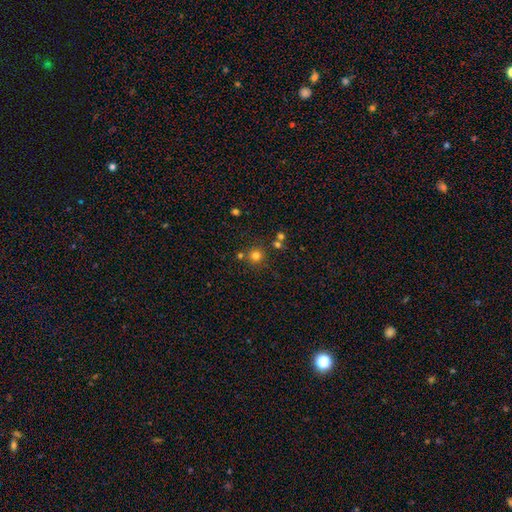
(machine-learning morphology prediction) Q: Smooth or featured?
A: smooth (76%); runner-up: star or artifact (17%)
Q: How rounded?
A: round (94%); runner-up: in between (5%)
Q: Merging?
A: none (77%); runner-up: merger (13%)